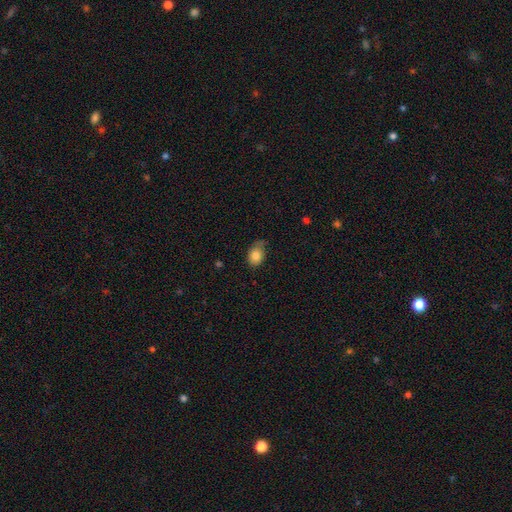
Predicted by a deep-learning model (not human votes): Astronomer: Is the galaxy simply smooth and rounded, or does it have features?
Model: smooth — 83%.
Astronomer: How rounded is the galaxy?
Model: in between — 61% (runner-up: round, 37%).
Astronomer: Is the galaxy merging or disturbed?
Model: none — 52% (runner-up: minor disturbance, 36%).